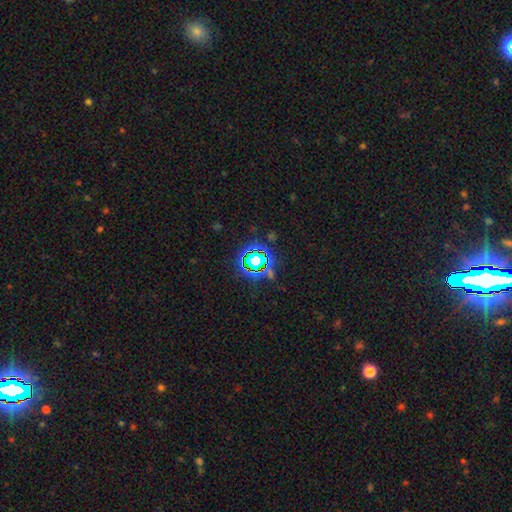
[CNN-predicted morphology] type=star or artifact (73%).